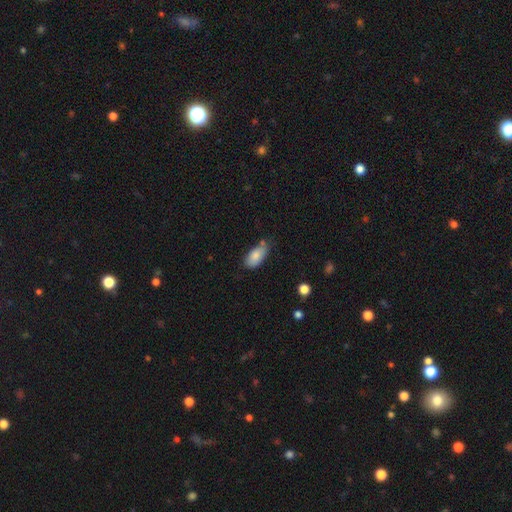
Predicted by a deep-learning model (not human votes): smooth_or_featured: smooth (p=0.83) [alt: featured or disk p=0.10]
how_rounded: in between (p=0.92) [alt: cigar-shaped p=0.05]
merging: none (p=0.61) [alt: minor disturbance p=0.26]